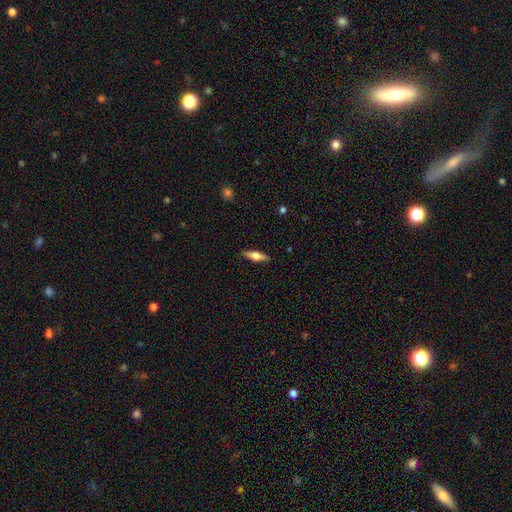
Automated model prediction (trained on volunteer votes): Morphology: type=smooth (52%); roundness=cigar-shaped (58%); merging=none (88%).